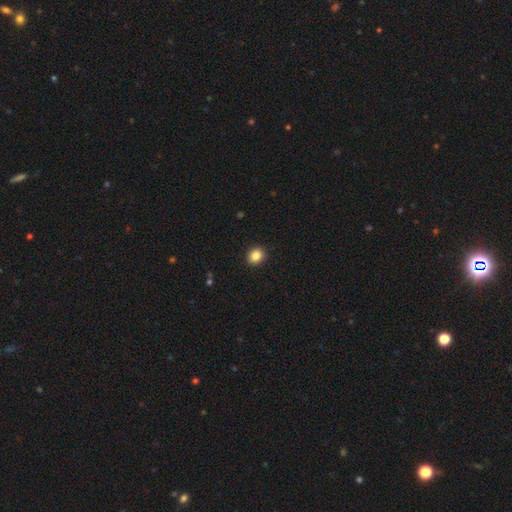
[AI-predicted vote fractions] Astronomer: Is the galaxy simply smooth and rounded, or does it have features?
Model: smooth — 86%.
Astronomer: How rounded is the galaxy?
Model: round — 68%.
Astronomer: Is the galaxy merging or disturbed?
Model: none — 92%.